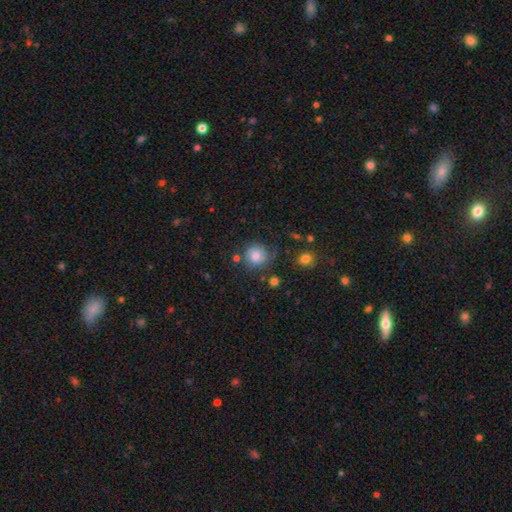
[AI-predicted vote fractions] This is likely a smooth galaxy (67%). How rounded: clearly round (86%). Merging: likely none (66%).